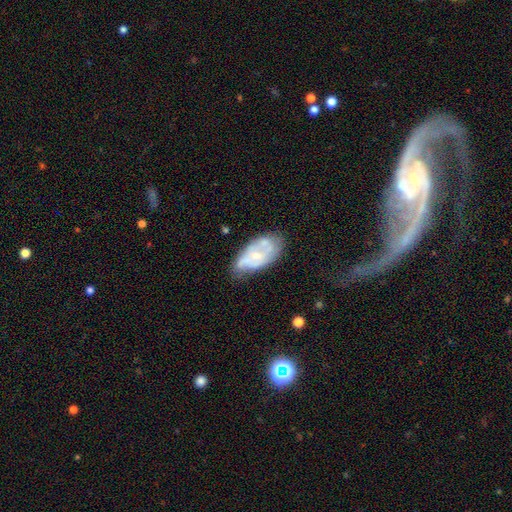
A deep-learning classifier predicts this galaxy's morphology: A featured or disk galaxy (63%) with no bar (72%), spiral arms (56%) and a small central bulge (59%).

Vote fractions:
- Smooth or featured? featured or disk: 63% / smooth: 30% / star or artifact: 7%
- Edge-on disk? no: 95% / yes: 5%
- Bar? no: 72% / weak: 23% / strong: 5%
- Spiral arms? yes: 56% / no: 44%
- Bulge size? small: 59% / moderate: 33% / none: 6% / large: 2% / dominant: 1%
- Merging? none: 49% / minor disturbance: 32% / major disturbance: 13% / merger: 6%